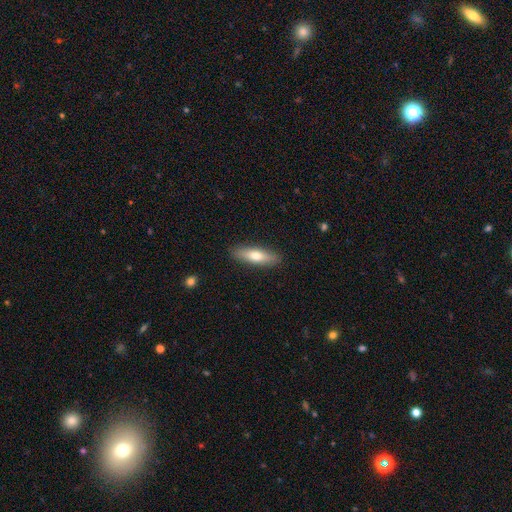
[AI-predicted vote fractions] smooth 69%, featured or disk 25%, star or artifact 6%. Down the decision tree: how rounded — cigar-shaped (59%); merging — none (89%).